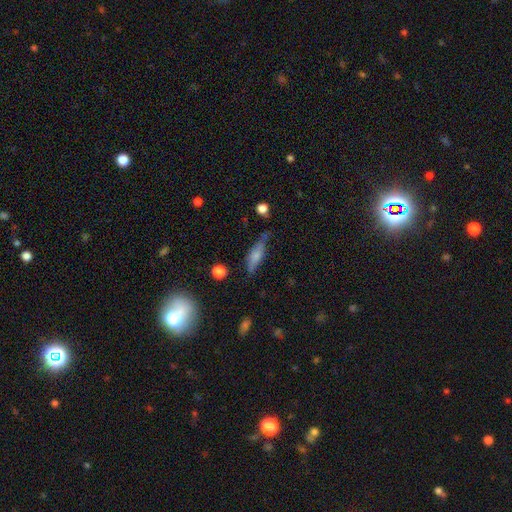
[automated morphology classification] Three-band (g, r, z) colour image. It shows a smooth galaxy with no disk features (62%) that is cigar-shaped (52%). Merging: none (58%).